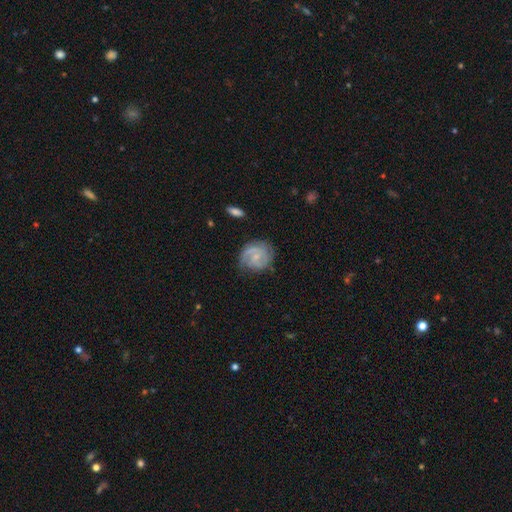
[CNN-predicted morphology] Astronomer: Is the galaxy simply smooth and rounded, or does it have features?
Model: featured or disk — 76%.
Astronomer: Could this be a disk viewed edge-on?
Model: no — 98%.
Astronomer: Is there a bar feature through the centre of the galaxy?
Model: no — 53% (runner-up: weak, 41%).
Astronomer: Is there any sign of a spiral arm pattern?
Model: yes — 94%.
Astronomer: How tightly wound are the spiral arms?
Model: tight — 46% (runner-up: medium, 41%).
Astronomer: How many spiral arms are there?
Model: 2 — 61%.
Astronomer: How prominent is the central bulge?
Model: small — 68%.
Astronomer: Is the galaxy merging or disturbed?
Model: none — 70%.